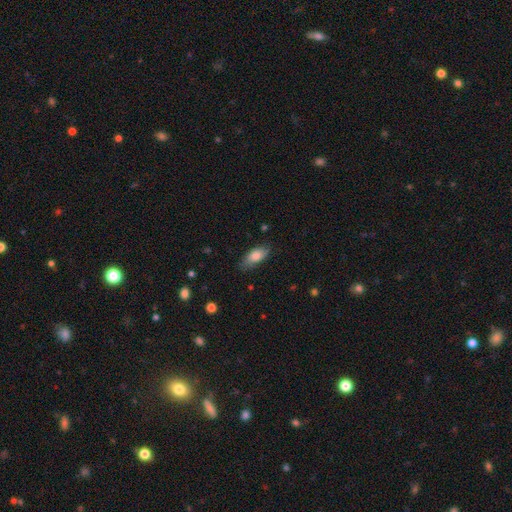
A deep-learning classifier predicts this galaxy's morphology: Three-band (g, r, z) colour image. It shows a smooth galaxy with no disk features (80%) that is in between round and cigar-shaped (85%). Merging: none (75%).